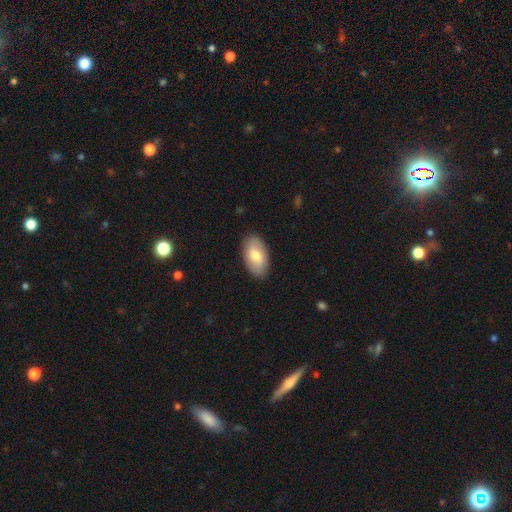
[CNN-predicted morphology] Smooth or featured? smooth (74%)
How rounded? in between (94%)
Merging? none (87%)